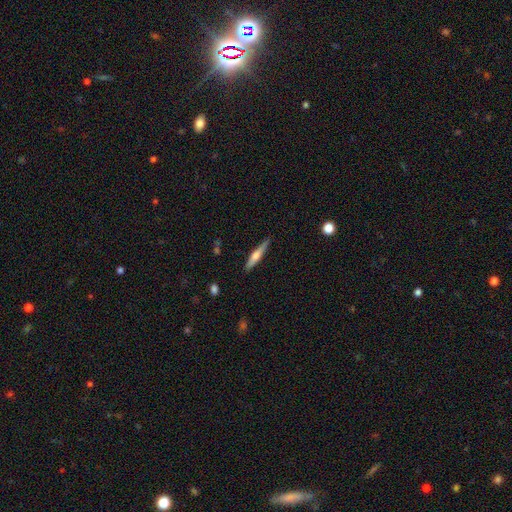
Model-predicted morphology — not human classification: smooth-or-featured: featured or disk: 51% | smooth: 43% | star or artifact: 6%
  disk-edge-on: yes: 96% | no: 4%
  merging: none: 86% | minor disturbance: 10% | major disturbance: 2% | merger: 1%